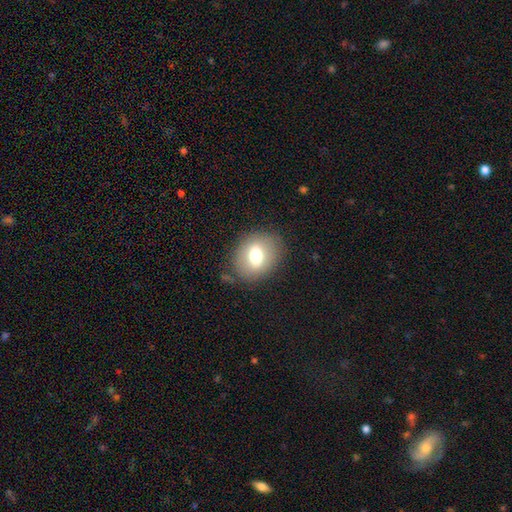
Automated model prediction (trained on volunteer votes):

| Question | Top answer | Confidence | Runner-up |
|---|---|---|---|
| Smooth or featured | smooth | 68% | featured or disk (23%) |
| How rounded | in between | 52% | round (47%) |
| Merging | none | 81% | minor disturbance (12%) |